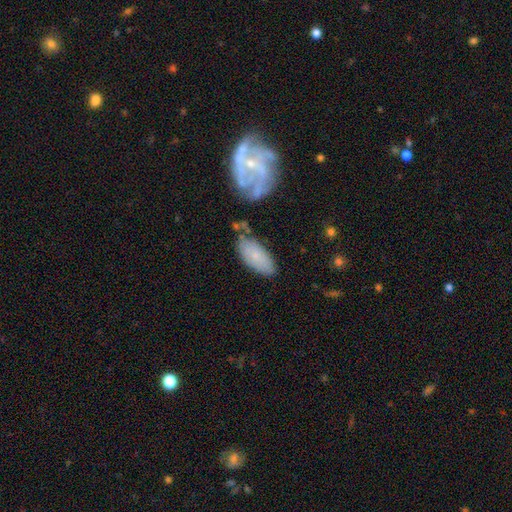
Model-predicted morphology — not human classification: The model was most divided on "smooth or featured": smooth: 65%, featured or disk: 28%, star or artifact: 7%. More confident: how rounded — in between (90%); merging — none (66%).